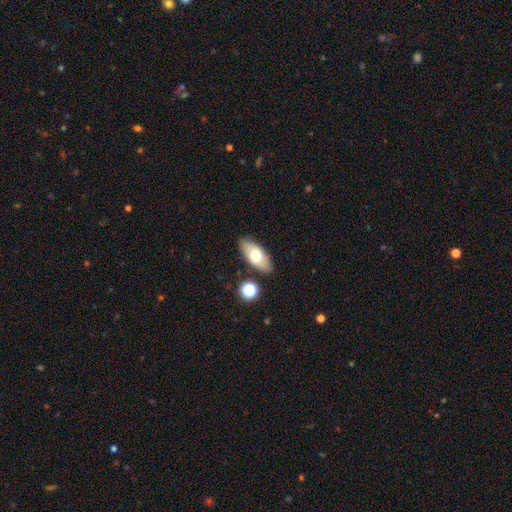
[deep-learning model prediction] Q: Smooth or featured?
A: smooth (66%); runner-up: featured or disk (27%)
Q: How rounded?
A: in between (87%); runner-up: cigar-shaped (10%)
Q: Merging?
A: none (85%); runner-up: minor disturbance (9%)